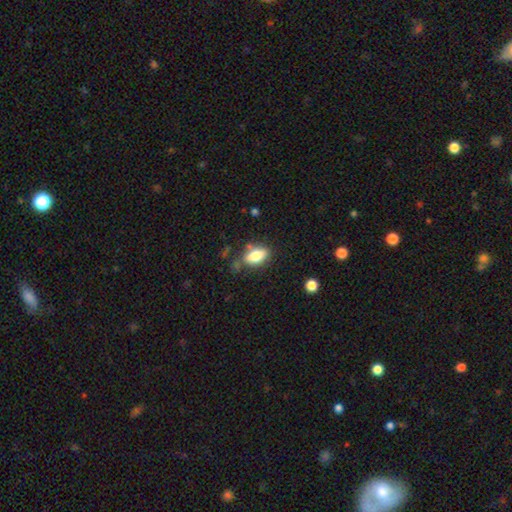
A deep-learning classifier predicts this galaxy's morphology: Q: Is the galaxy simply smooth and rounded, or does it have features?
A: smooth — 79%.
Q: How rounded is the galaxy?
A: in between — 86%.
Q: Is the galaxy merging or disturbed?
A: none — 71%.